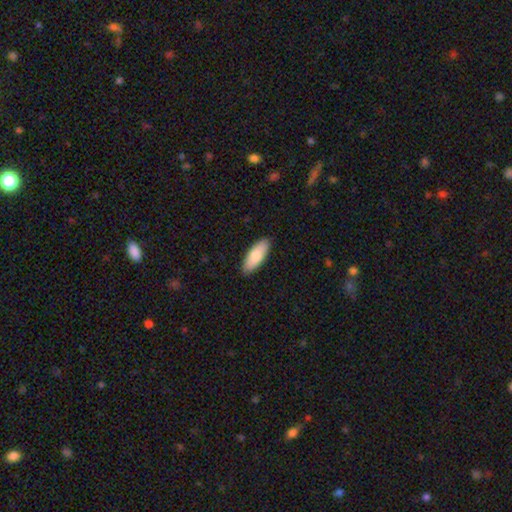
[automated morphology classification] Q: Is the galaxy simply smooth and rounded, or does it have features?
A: smooth — 81%.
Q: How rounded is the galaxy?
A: in between — 78%.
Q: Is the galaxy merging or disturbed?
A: none — 89%.